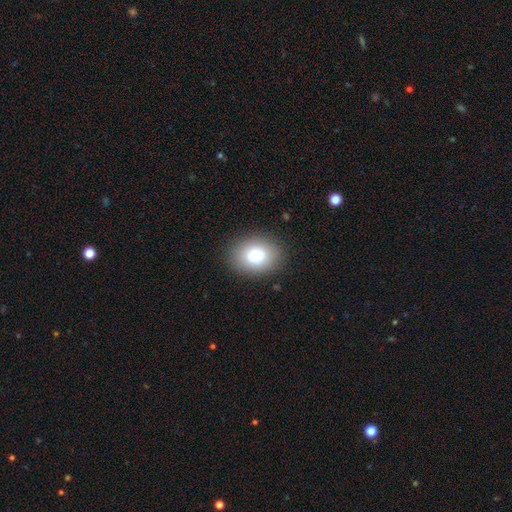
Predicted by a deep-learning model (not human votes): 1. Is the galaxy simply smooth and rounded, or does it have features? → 83% smooth, 9% featured or disk, 8% star or artifact.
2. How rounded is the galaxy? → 64% in between, 35% round, 1% cigar-shaped.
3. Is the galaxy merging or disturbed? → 85% none, 10% minor disturbance, 3% major disturbance, 1% merger.